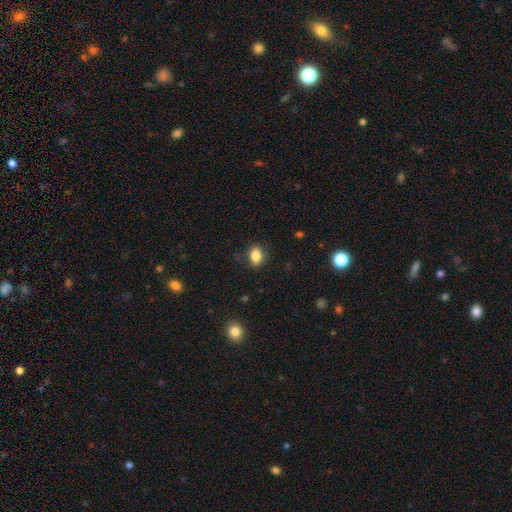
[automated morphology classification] smooth-or-featured: smooth: 83% | star or artifact: 9% | featured or disk: 8%
  how-rounded: in between: 82% | round: 16% | cigar-shaped: 3%
  merging: none: 82% | minor disturbance: 13% | major disturbance: 3% | merger: 1%